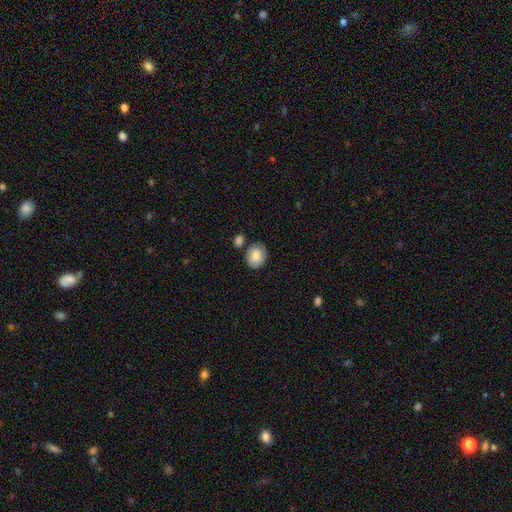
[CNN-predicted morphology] Overall: smooth (85%). How rounded: round (67%; in between 32%). Merging: none (77%).